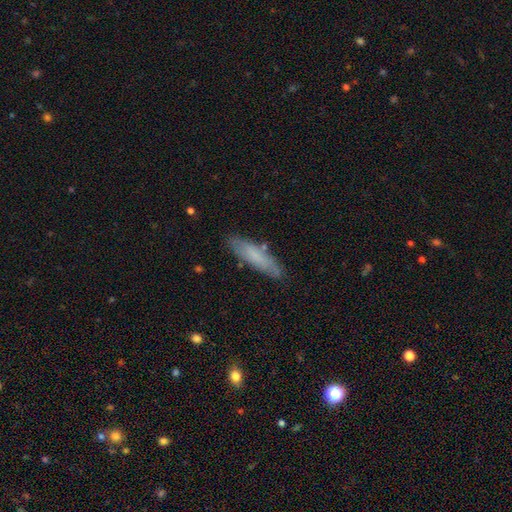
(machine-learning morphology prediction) A smooth galaxy with no disk features (71%) that is cigar-shaped (75%). Merging: none (82%).